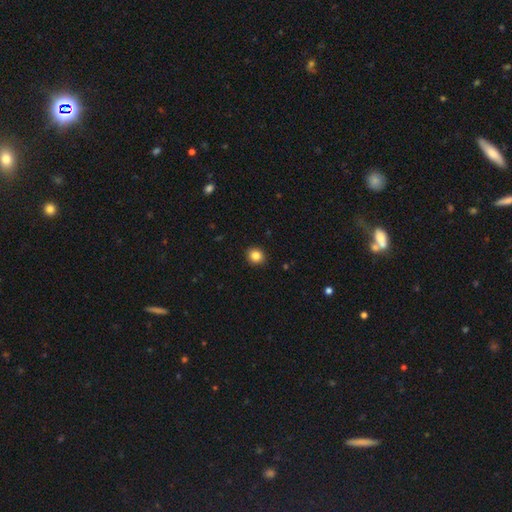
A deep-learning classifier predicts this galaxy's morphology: smooth_or_featured: smooth (p=0.85) [alt: star or artifact p=0.10]
how_rounded: round (p=0.87) [alt: in between p=0.12]
merging: none (p=0.92) [alt: minor disturbance p=0.05]